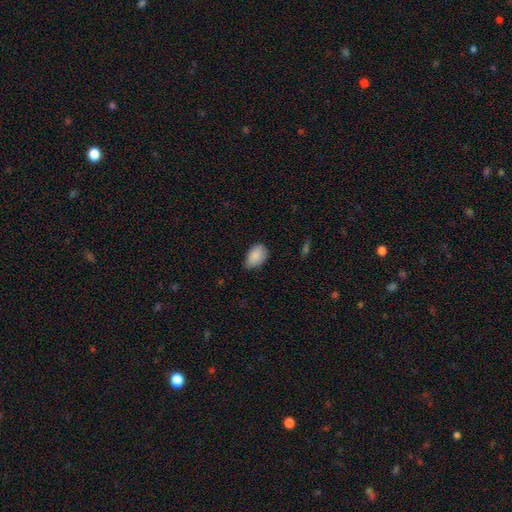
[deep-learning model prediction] Morphology: type=smooth (88%); roundness=in between (87%); merging=none (58%).